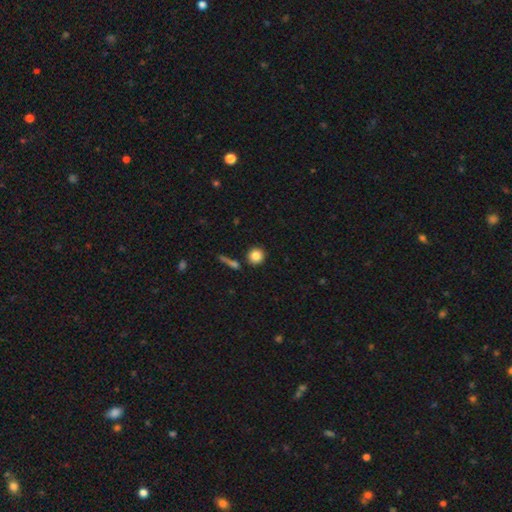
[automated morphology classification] Q: Smooth or featured?
A: smooth (84%); runner-up: star or artifact (9%)
Q: How rounded?
A: round (91%); runner-up: in between (7%)
Q: Merging?
A: none (85%); runner-up: minor disturbance (7%)